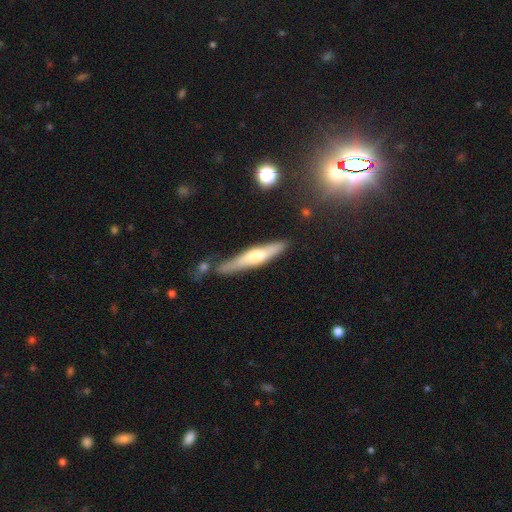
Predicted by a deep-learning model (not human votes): This appears to be a featured or disk galaxy (57%) viewed edge-on (93%) with a rounded central bulge (73%). Merging: none (74%).